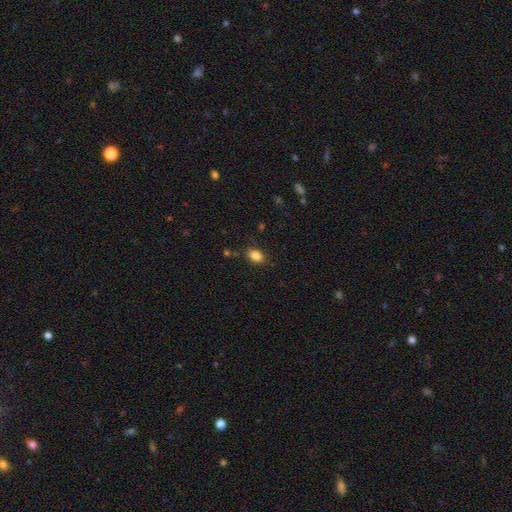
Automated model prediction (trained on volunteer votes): Smooth or featured? Predicted: smooth (p=0.85). How rounded? Predicted: in between (p=0.80). Merging? Predicted: none (p=0.81).